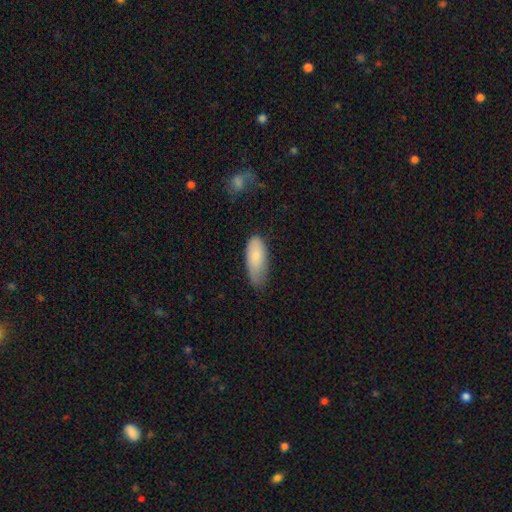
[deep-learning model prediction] Smooth or featured: smooth — 83% (featured or disk — 11%)
How rounded: in between — 83% (cigar-shaped — 16%)
Merging: none — 52% (minor disturbance — 38%)